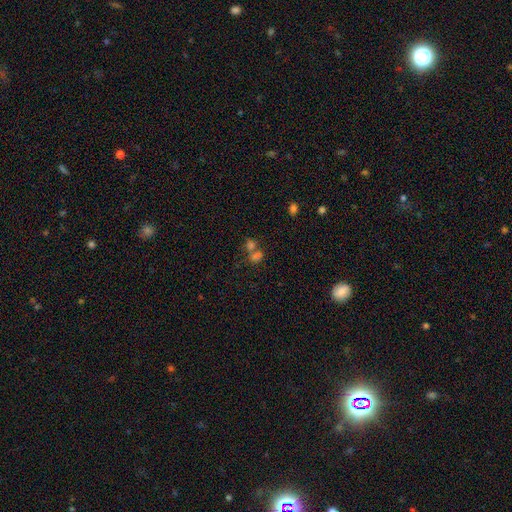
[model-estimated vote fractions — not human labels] smooth 61%, star or artifact 25%, featured or disk 14%. Down the decision tree: how rounded — round (54%); merging — merger (51%).